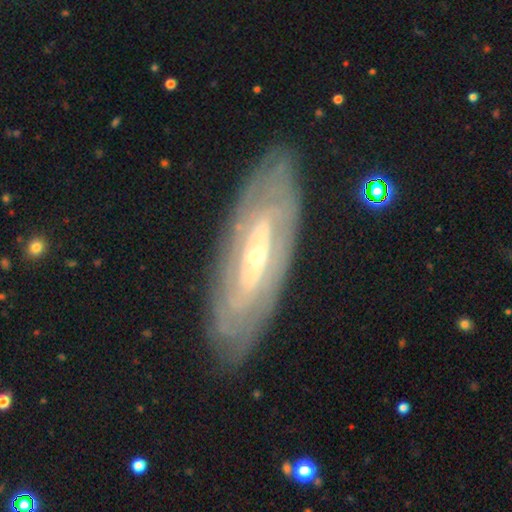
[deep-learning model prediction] Smooth or featured? featured or disk (82%)
Edge-on disk? no (83%)
Bar? no (46%)
Spiral arms? yes (82%)
Spiral winding? tight (77%)
Spiral arm count? can't tell (60%)
Bulge size? small (69%)
Merging? none (84%)